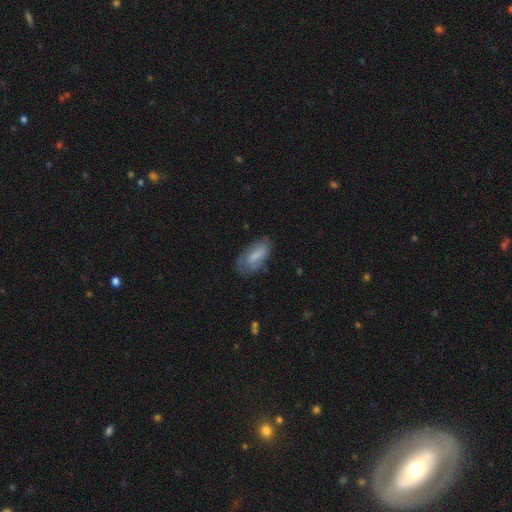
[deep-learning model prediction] A smooth galaxy with no disk features (68%) that is in between round and cigar-shaped (88%). Merging: none (63%).